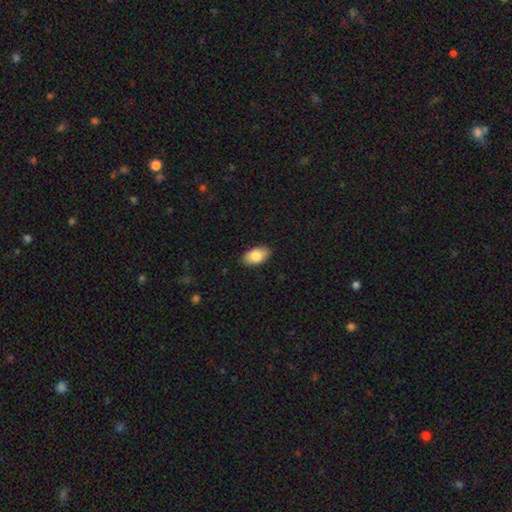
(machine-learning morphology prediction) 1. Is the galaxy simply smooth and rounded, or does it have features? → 84% smooth, 9% featured or disk, 6% star or artifact.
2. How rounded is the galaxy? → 93% in between, 5% round, 2% cigar-shaped.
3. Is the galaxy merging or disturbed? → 88% none, 9% minor disturbance, 2% major disturbance, 1% merger.